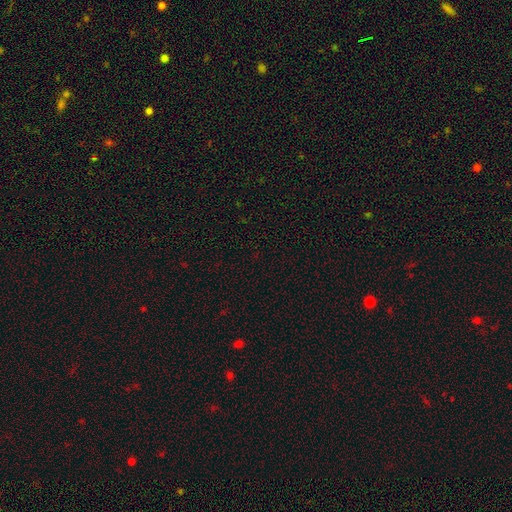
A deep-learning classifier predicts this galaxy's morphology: A star or artifact, not a galaxy (70%).

Vote fractions:
- Smooth or featured? star or artifact: 70% / smooth: 23% / featured or disk: 6%